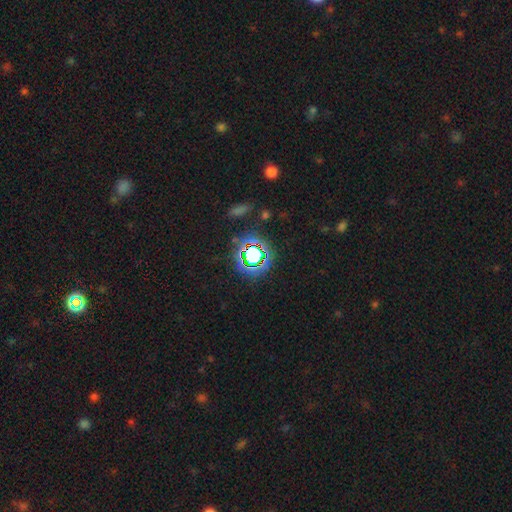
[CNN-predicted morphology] Q: Smooth or featured?
A: star or artifact (69%); runner-up: smooth (20%)